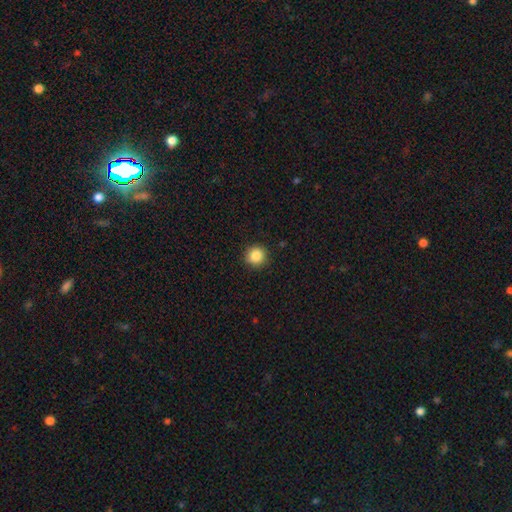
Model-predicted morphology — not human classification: A smooth galaxy with no disk features (86%) that is round (93%). Merging: none (91%).